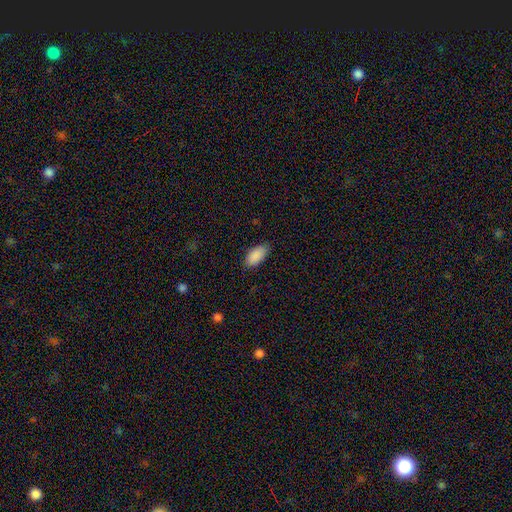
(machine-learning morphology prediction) This appears to be a smooth galaxy with no disk features (90%) that is in between round and cigar-shaped (93%). Merging: none (83%).